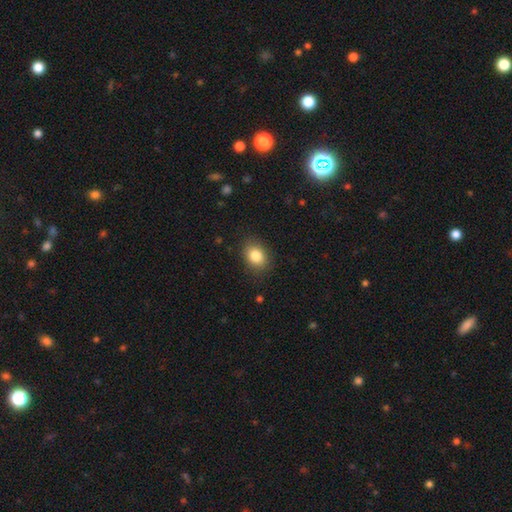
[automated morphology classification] A smooth galaxy with no disk features (84%) that is in between round and cigar-shaped (62%).

Vote fractions:
- Smooth or featured? smooth: 84% / star or artifact: 9% / featured or disk: 7%
- How rounded? in between: 62% / round: 37% / cigar-shaped: 1%
- Merging? none: 85% / minor disturbance: 11% / major disturbance: 3% / merger: 1%